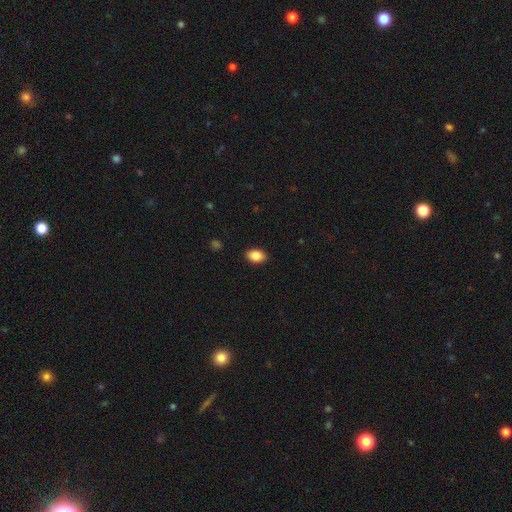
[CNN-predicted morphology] The model was most divided on "how rounded": in between: 87%, round: 12%, cigar-shaped: 1%. More confident: merging — none (89%); smooth or featured — smooth (87%).